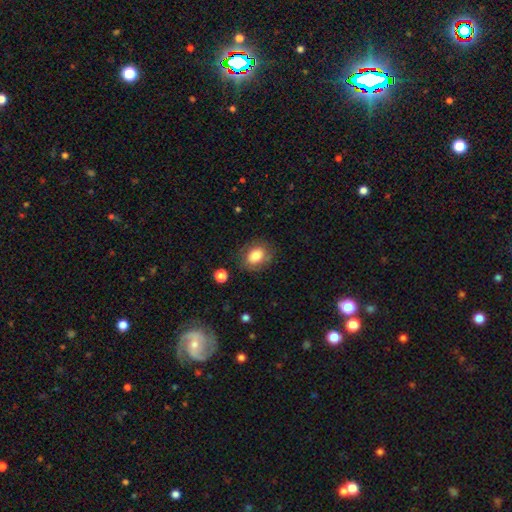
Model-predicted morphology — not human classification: Smooth or featured: smooth — 76% (featured or disk — 15%)
How rounded: in between — 64% (round — 35%)
Merging: none — 76% (minor disturbance — 15%)